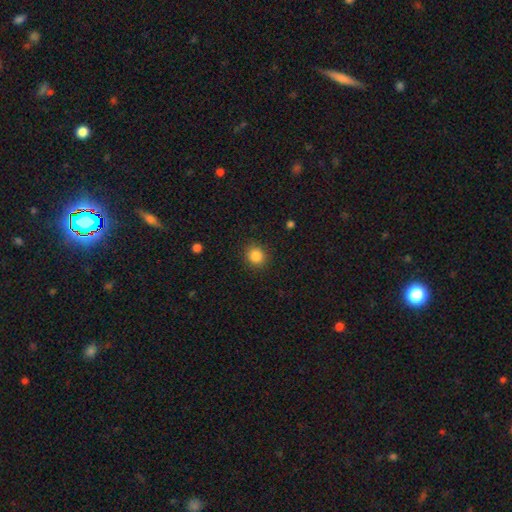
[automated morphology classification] Smooth or featured? smooth (86%)
How rounded? round (85%)
Merging? none (90%)